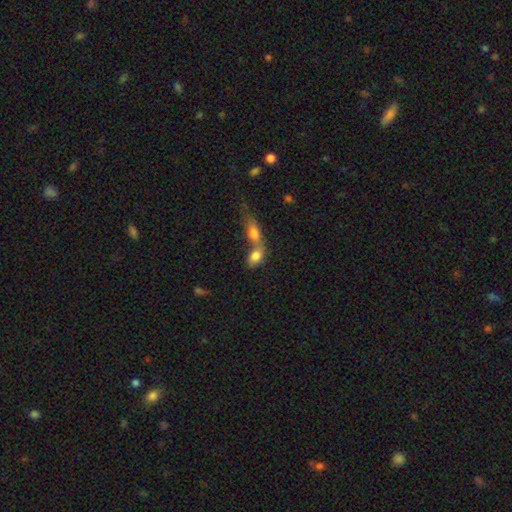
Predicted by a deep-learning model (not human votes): Overall: smooth (78%). How rounded: in between (79%). Merging: merger (72%).